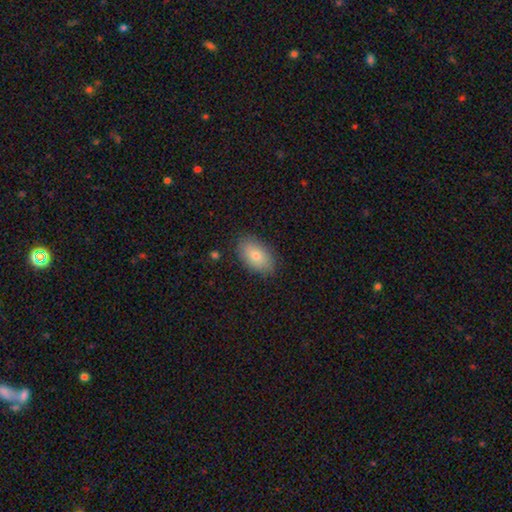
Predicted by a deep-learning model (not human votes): Smooth or featured: smooth — 79% (featured or disk — 13%)
How rounded: in between — 92% (round — 6%)
Merging: none — 86% (minor disturbance — 11%)